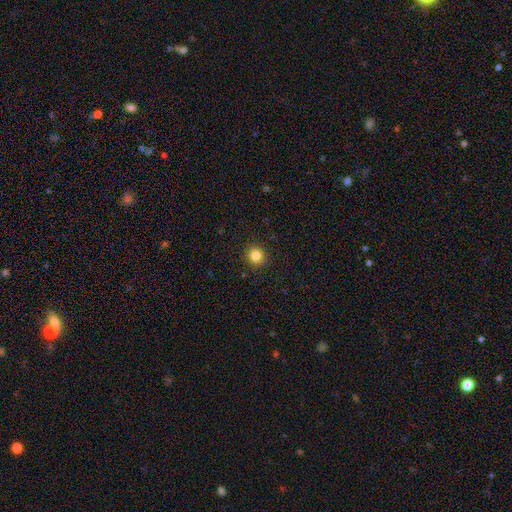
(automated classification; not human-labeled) Q: Smooth or featured?
A: smooth (83%); runner-up: star or artifact (12%)
Q: How rounded?
A: round (92%); runner-up: in between (7%)
Q: Merging?
A: none (92%); runner-up: minor disturbance (5%)